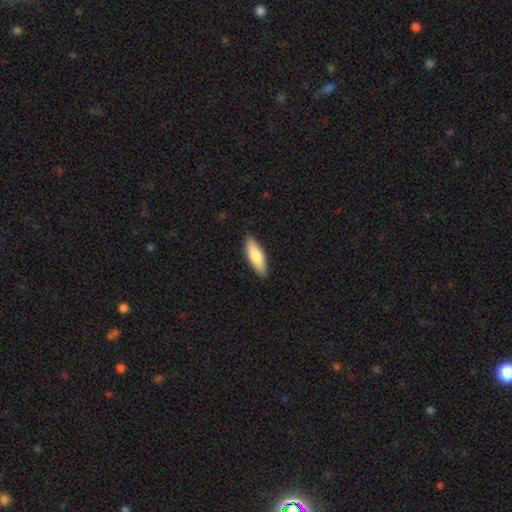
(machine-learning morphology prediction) Smooth or featured? smooth (79%)
How rounded? in between (60%)
Merging? none (88%)